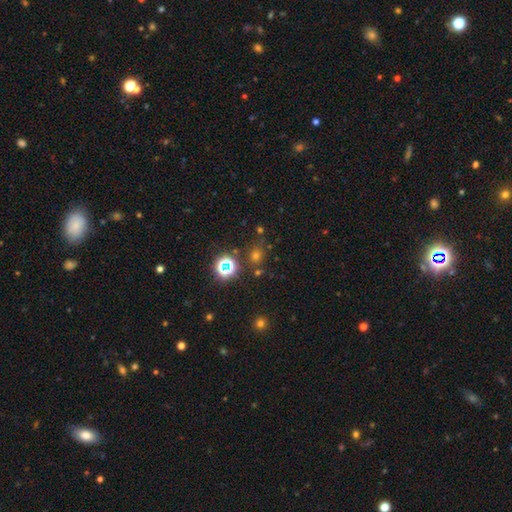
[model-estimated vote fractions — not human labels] Overall: smooth (54%; star or artifact 39%). How rounded: round (77%). Merging: none (75%).